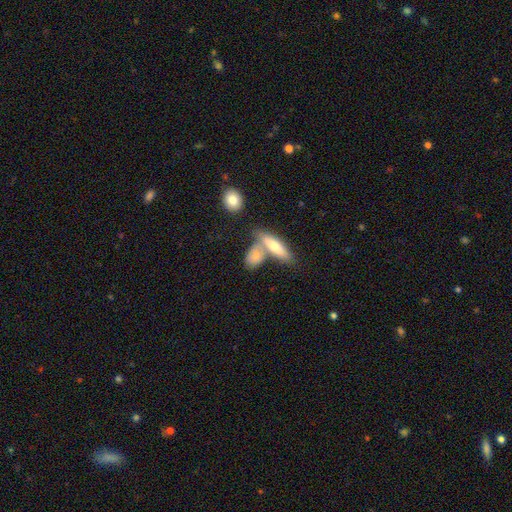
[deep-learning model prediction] A smooth galaxy with no disk features (72%) that is in between round and cigar-shaped (68%).

Vote fractions:
- Smooth or featured? smooth: 72% / featured or disk: 20% / star or artifact: 8%
- How rounded? in between: 68% / cigar-shaped: 23% / round: 9%
- Merging? none: 41% (tied) / merger: 41% (tied) / minor disturbance: 12% / major disturbance: 5%